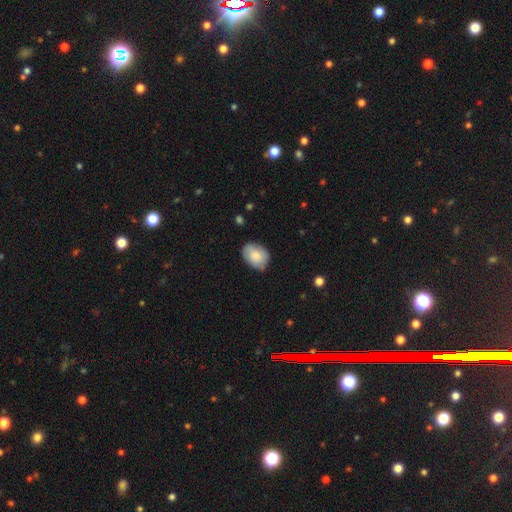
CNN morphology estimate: smooth 78%, featured or disk 15%, star or artifact 7%. Down the decision tree: how rounded — in between (73%); merging — none (74%).